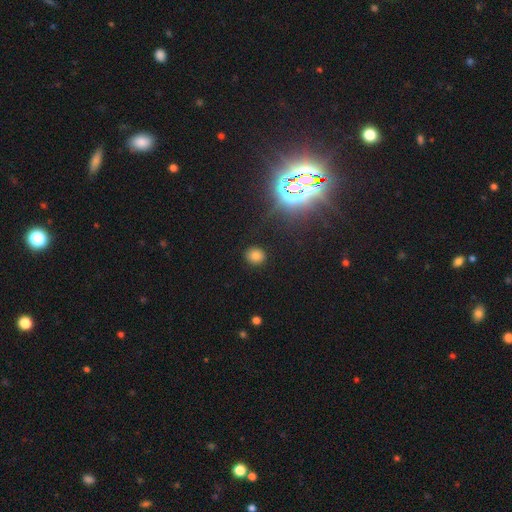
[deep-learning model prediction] smooth_or_featured: smooth (p=0.73) [alt: star or artifact p=0.20]
how_rounded: round (p=0.73) [alt: in between p=0.25]
merging: none (p=0.89) [alt: minor disturbance p=0.07]